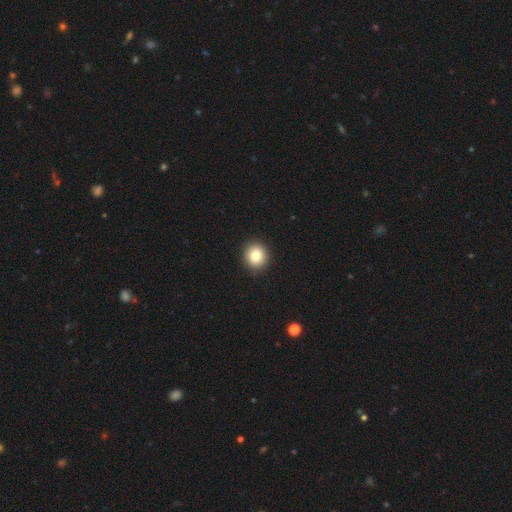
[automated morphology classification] smooth-or-featured: smooth: 82% | star or artifact: 10% | featured or disk: 8%
  how-rounded: round: 86% | in between: 13% | cigar-shaped: 1%
  merging: none: 92% | minor disturbance: 6% | major disturbance: 2% | merger: 1%